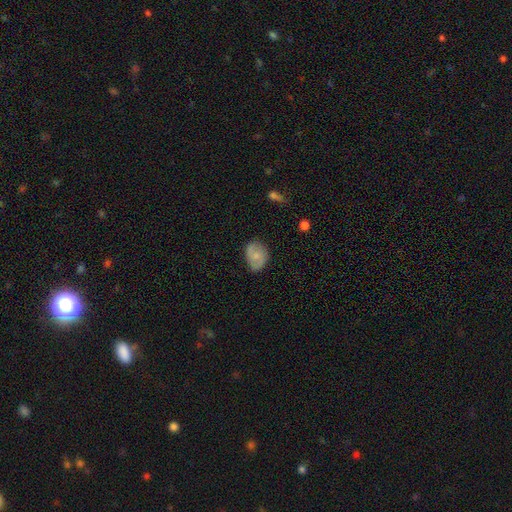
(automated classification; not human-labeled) smooth 64%, featured or disk 29%, star or artifact 7%. Down the decision tree: how rounded — in between (67%); merging — none (67%).